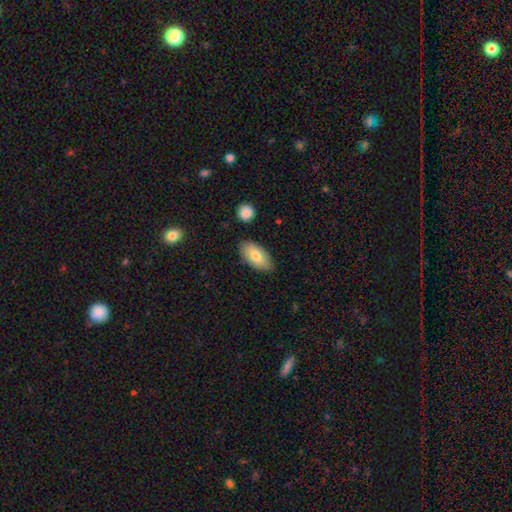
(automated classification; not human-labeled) Smooth or featured? smooth (79%)
How rounded? in between (93%)
Merging? none (84%)